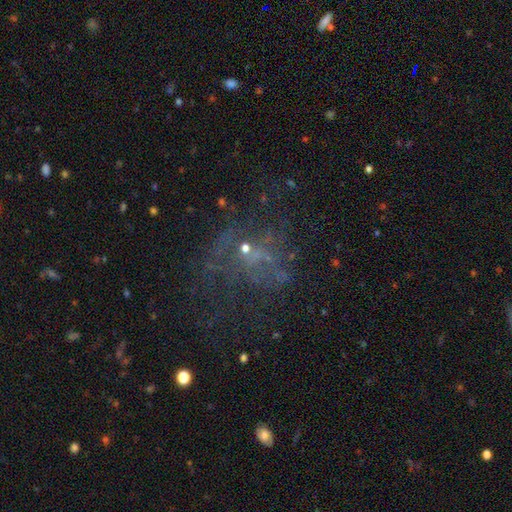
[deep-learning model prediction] Q: Smooth or featured?
A: featured or disk (45%); runner-up: star or artifact (34%)
Q: Merging?
A: none (46%); runner-up: major disturbance (34%)